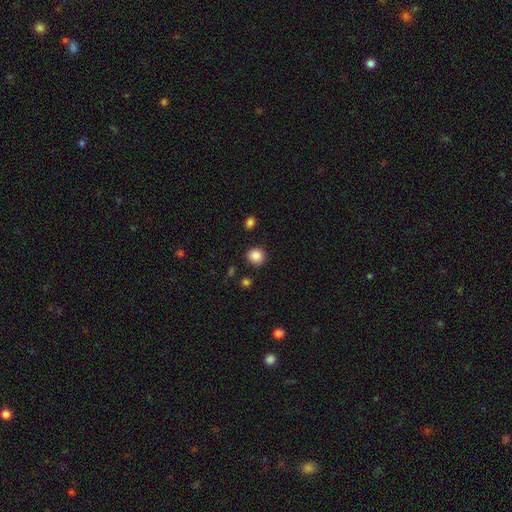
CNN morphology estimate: The model was most divided on "how rounded": round: 85%, in between: 14%, cigar-shaped: 1%. More confident: merging — none (88%); smooth or featured — smooth (86%).